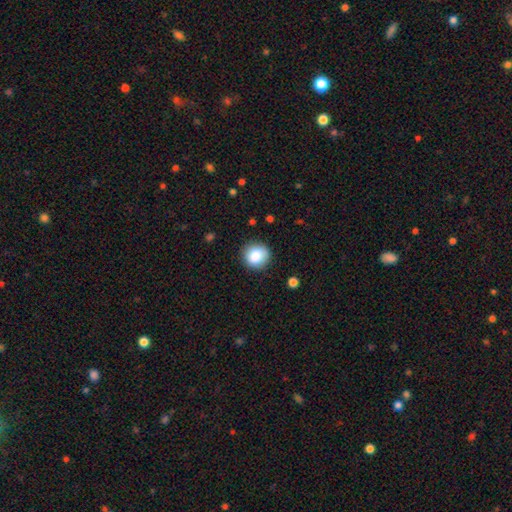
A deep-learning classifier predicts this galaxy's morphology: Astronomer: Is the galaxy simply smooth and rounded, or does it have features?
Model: smooth — 87%.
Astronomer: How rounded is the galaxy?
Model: round — 91%.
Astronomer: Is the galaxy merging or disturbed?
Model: none — 87%.